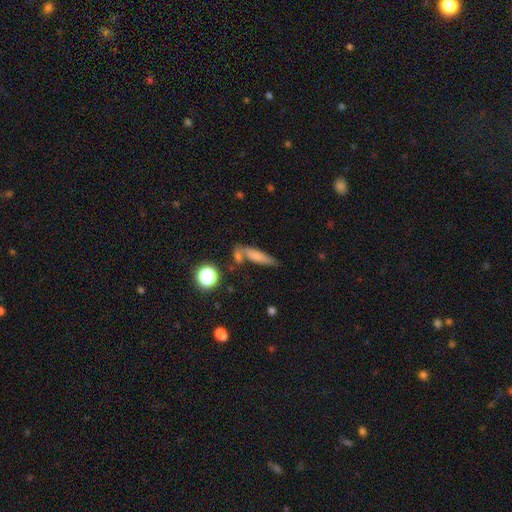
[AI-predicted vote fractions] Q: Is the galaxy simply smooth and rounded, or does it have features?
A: smooth — 69%.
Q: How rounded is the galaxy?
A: cigar-shaped — 69%.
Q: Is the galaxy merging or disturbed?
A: none — 58%.